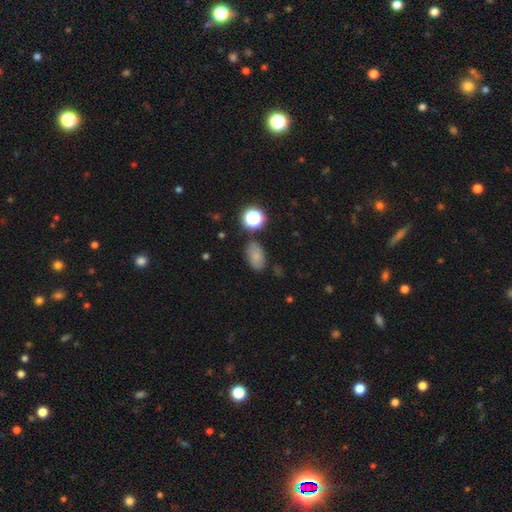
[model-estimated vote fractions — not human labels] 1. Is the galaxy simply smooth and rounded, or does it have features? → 75% smooth, 14% star or artifact, 11% featured or disk.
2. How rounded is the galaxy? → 86% in between, 12% round, 2% cigar-shaped.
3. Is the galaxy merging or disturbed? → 76% none, 15% minor disturbance, 4% merger, 4% major disturbance.